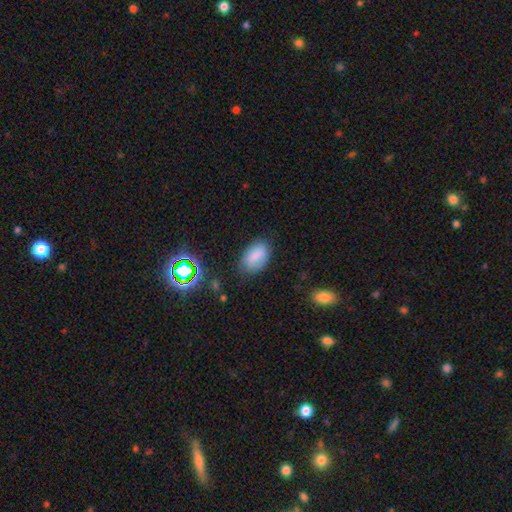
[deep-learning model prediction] Smooth or featured? Predicted: smooth (p=0.80). How rounded? Predicted: in between (p=0.91). Merging? Predicted: none (p=0.74).